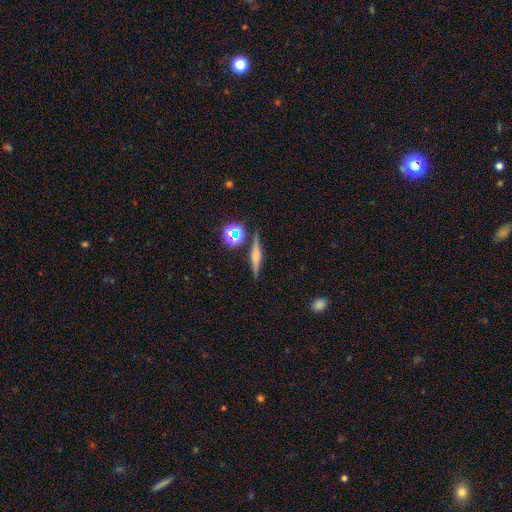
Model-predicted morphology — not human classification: Q: Smooth or featured?
A: featured or disk (48%); runner-up: smooth (40%)
Q: Merging?
A: none (82%); runner-up: minor disturbance (10%)